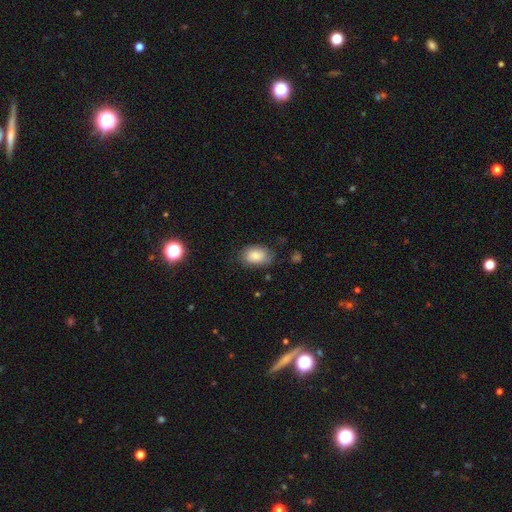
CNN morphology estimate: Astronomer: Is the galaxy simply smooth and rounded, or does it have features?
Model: smooth — 82%.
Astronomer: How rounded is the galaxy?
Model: in between — 83%.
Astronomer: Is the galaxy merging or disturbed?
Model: none — 69%.